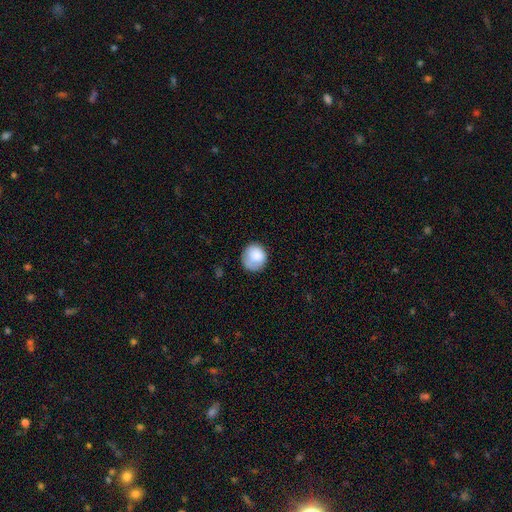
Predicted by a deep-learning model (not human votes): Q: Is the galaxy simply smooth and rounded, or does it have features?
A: smooth — 84%.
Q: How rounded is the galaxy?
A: round — 84%.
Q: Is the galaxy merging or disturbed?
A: none — 69%.